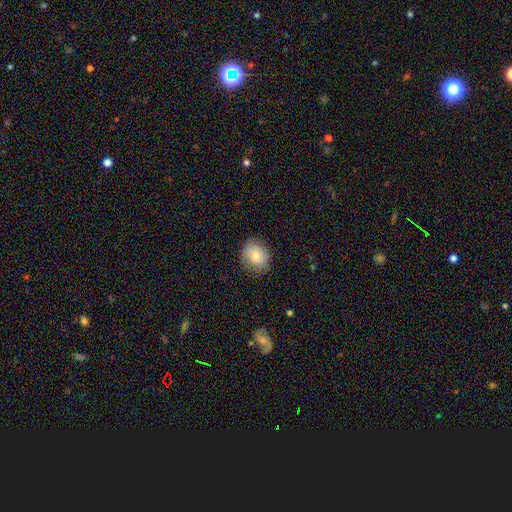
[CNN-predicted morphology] Smooth or featured? Predicted: smooth (p=0.72). How rounded? Predicted: round (p=0.50). Merging? Predicted: none (p=0.77).